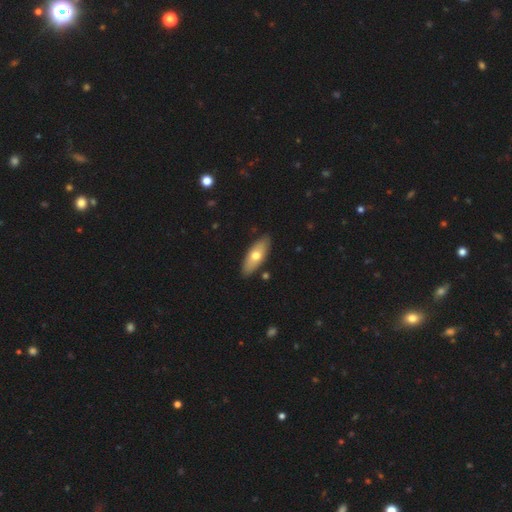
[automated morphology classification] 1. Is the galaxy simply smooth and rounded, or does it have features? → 61% smooth, 33% featured or disk, 5% star or artifact.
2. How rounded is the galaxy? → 72% in between, 26% cigar-shaped, 3% round.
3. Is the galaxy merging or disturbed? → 88% none, 9% minor disturbance, 2% merger, 2% major disturbance.